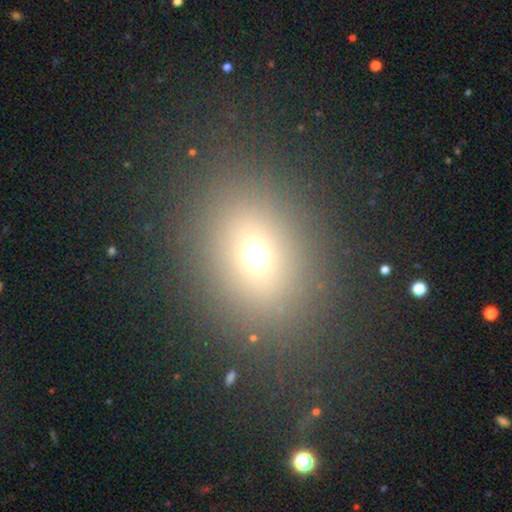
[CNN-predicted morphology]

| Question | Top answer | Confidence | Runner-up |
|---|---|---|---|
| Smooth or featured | smooth | 66% | star or artifact (23%) |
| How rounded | in between | 51% | round (47%) |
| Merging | none | 83% | minor disturbance (9%) |